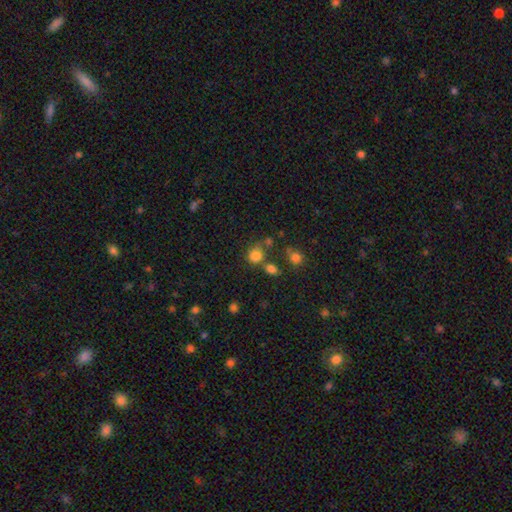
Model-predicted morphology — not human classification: The model was most divided on "merging": none: 55%, merger: 23%, minor disturbance: 15%, major disturbance: 7%. More confident: smooth or featured — smooth (80%); how rounded — round (73%).